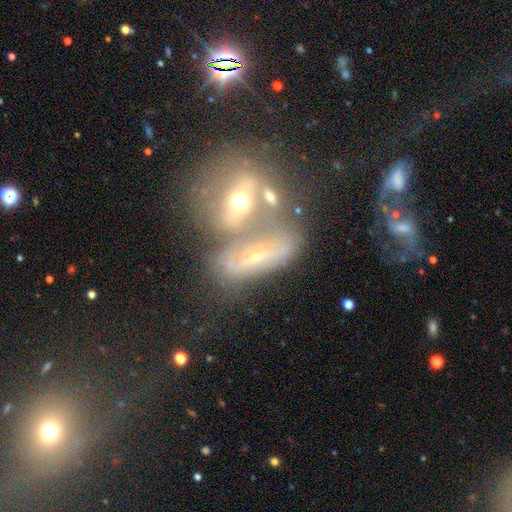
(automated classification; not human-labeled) Smooth or featured? featured or disk (54%)
Edge-on disk? no (77%)
Merging? merger (59%)